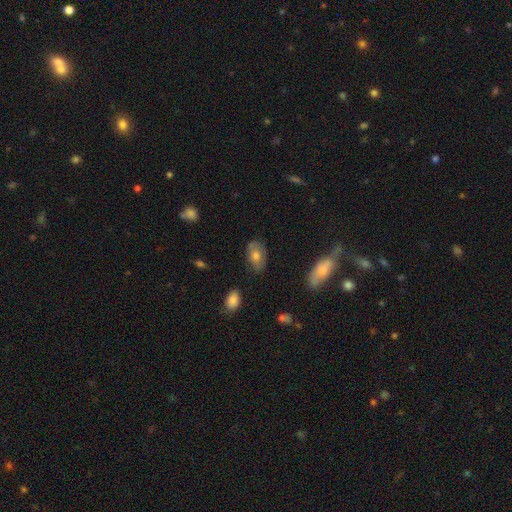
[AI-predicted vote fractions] The model was most divided on "smooth or featured": smooth: 64%, featured or disk: 27%, star or artifact: 8%. More confident: how rounded — in between (89%); merging — none (74%).